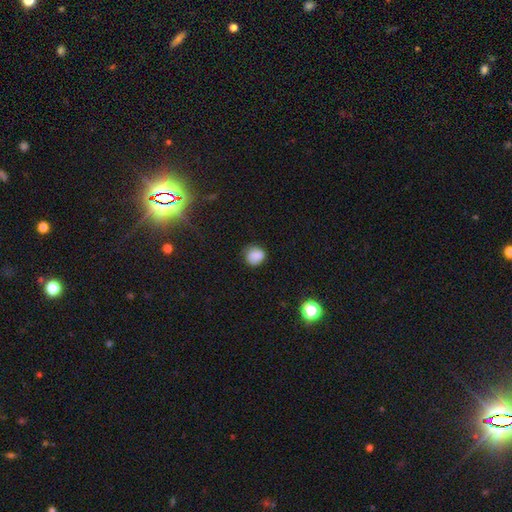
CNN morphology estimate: A smooth galaxy with no disk features (82%) that is round (77%). Merging: none (67%).